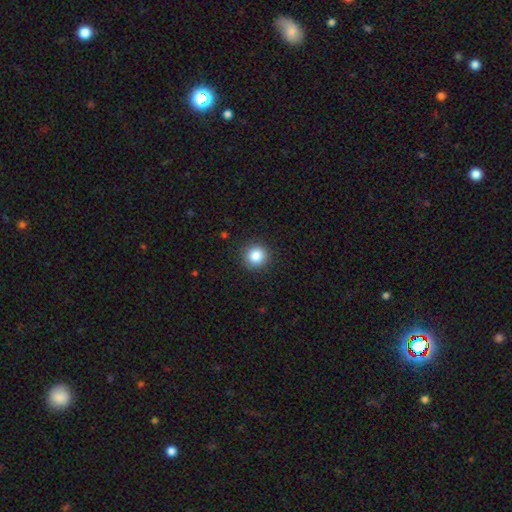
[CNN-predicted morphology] Smooth or featured? Predicted: smooth (p=0.85). How rounded? Predicted: round (p=0.92). Merging? Predicted: none (p=0.91).